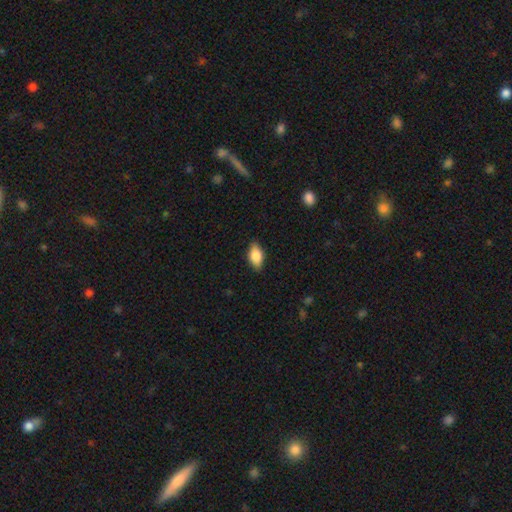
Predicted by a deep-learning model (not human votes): Smooth or featured?
  - smooth: 79% *
  - featured or disk: 14%
  - star or artifact: 7%
How rounded?
  - in between: 89% *
  - cigar-shaped: 6%
  - round: 5%
Merging?
  - none: 86% *
  - minor disturbance: 11%
  - major disturbance: 2%
  - merger: 1%